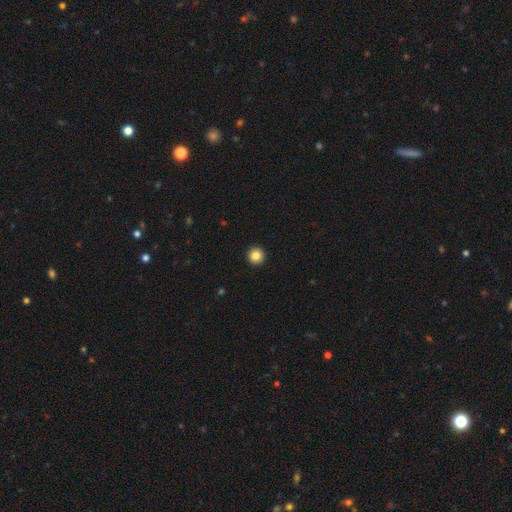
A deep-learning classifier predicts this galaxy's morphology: Q: Smooth or featured?
A: smooth (85%); runner-up: star or artifact (10%)
Q: How rounded?
A: round (96%); runner-up: in between (3%)
Q: Merging?
A: none (94%); runner-up: minor disturbance (4%)